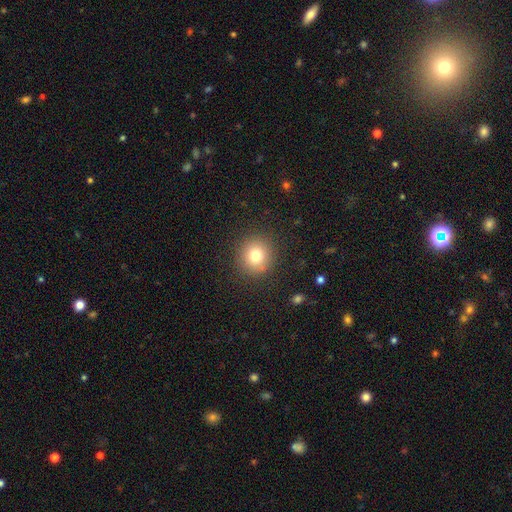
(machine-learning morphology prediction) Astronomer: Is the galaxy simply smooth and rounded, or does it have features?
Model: smooth — 78%.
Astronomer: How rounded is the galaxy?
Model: round — 91%.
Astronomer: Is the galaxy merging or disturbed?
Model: none — 89%.